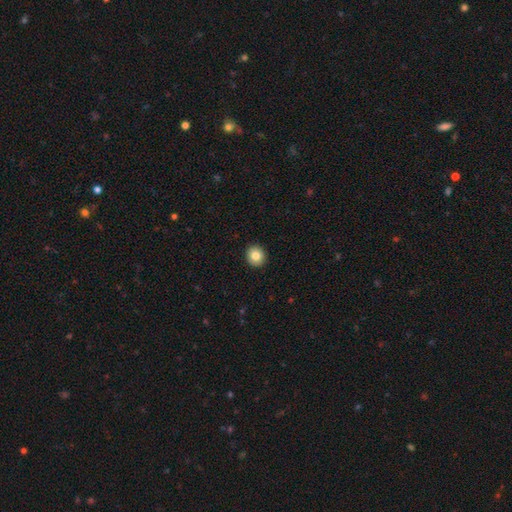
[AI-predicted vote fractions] Smooth or featured?
  - smooth: 83% *
  - star or artifact: 9%
  - featured or disk: 8%
How rounded?
  - round: 80% *
  - in between: 19%
  - cigar-shaped: 1%
Merging?
  - none: 93% *
  - minor disturbance: 5%
  - major disturbance: 1%
  - merger: 1%